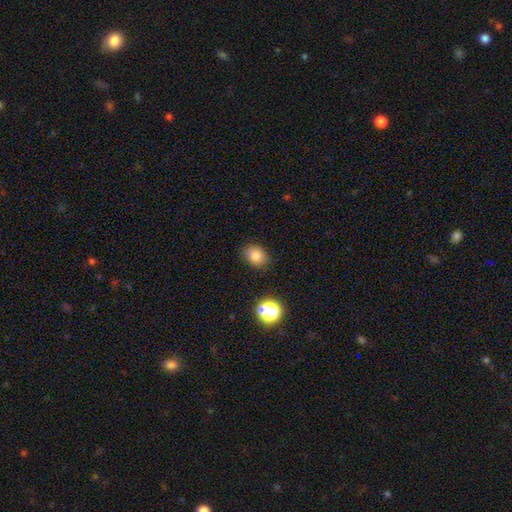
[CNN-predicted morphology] Smooth or featured: smooth — 81% (star or artifact — 13%)
How rounded: in between — 50% (round — 49%)
Merging: none — 84% (minor disturbance — 12%)